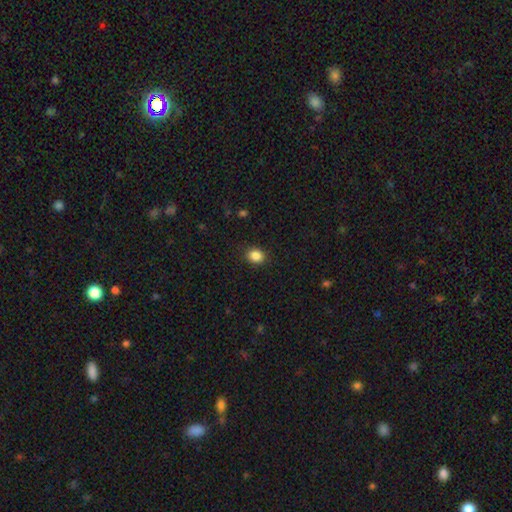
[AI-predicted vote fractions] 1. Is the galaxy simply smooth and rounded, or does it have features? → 87% smooth, 10% star or artifact, 3% featured or disk.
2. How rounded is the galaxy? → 52% round, 47% in between, 1% cigar-shaped.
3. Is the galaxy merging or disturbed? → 88% none, 9% minor disturbance, 3% major disturbance, 1% merger.